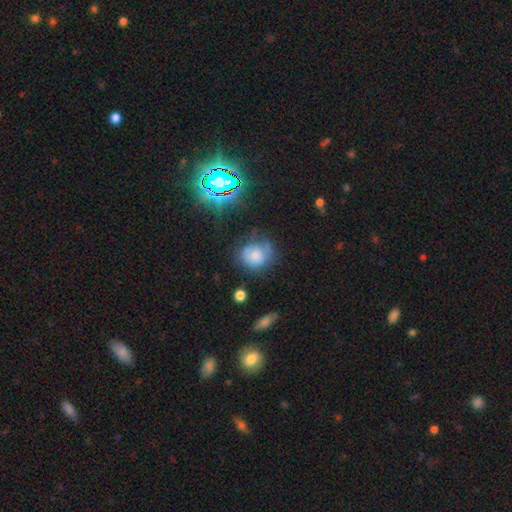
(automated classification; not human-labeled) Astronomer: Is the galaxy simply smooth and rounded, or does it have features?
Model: smooth — 61%.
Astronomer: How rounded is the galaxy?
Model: round — 76%.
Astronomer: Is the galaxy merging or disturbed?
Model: none — 49% (runner-up: minor disturbance, 28%).